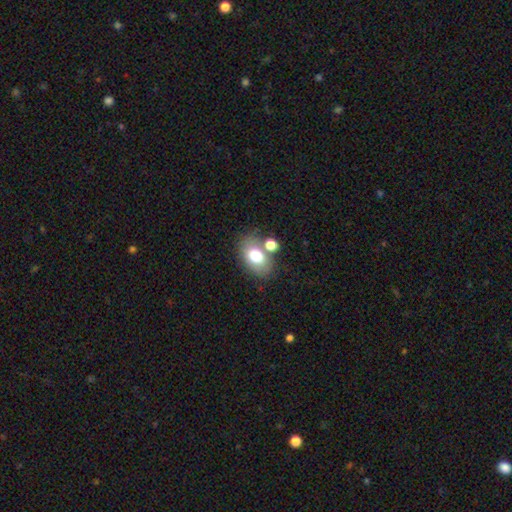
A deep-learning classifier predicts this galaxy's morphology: A smooth galaxy with no disk features (73%) that is in between round and cigar-shaped (82%). Merging: none (61%).